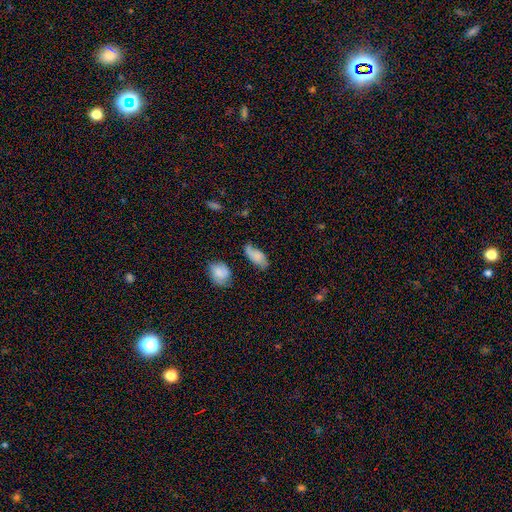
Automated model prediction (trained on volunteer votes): A smooth galaxy with no disk features (66%) that is in between round and cigar-shaped (88%).

Vote fractions:
- Smooth or featured? smooth: 66% / featured or disk: 25% / star or artifact: 9%
- How rounded? in between: 88% / cigar-shaped: 8% / round: 4%
- Merging? none: 51% / minor disturbance: 32% / major disturbance: 12% / merger: 5%